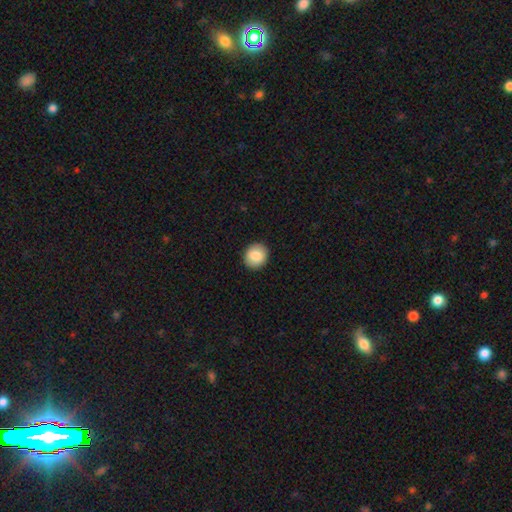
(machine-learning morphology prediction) Overall: smooth (84%). How rounded: round (81%). Merging: none (91%).